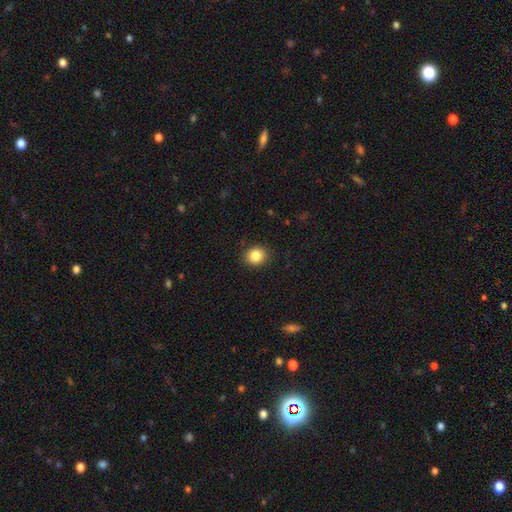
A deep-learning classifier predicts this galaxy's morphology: Smooth or featured?
  - smooth: 85% *
  - star or artifact: 10%
  - featured or disk: 5%
How rounded?
  - round: 69% *
  - in between: 30%
  - cigar-shaped: 1%
Merging?
  - none: 89% *
  - minor disturbance: 8%
  - major disturbance: 2%
  - merger: 1%